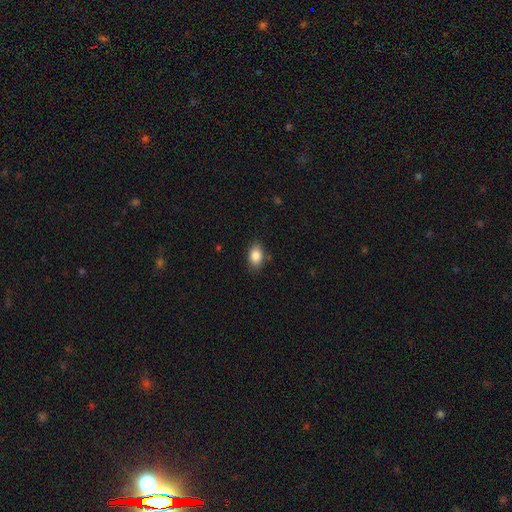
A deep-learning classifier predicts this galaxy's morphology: Overall: smooth (86%). How rounded: in between (87%). Merging: none (83%).